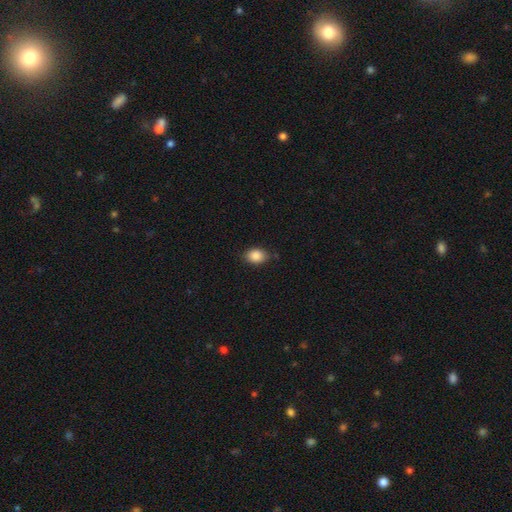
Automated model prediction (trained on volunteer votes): smooth 87%, star or artifact 8%, featured or disk 5%. Down the decision tree: how rounded — in between (76%); merging — none (81%).